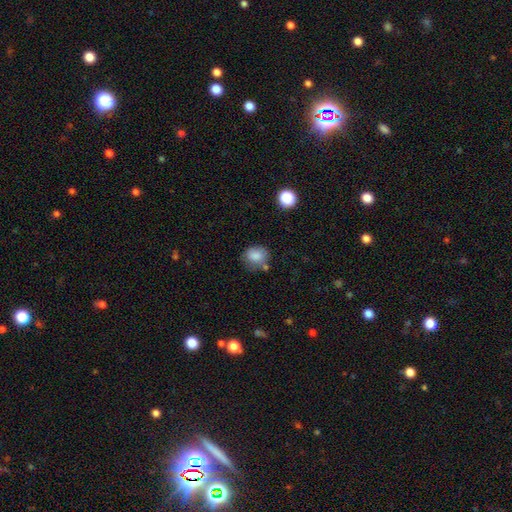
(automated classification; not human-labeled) Morphology: type=smooth (82%); roundness=round (67%); merging=none (63%).